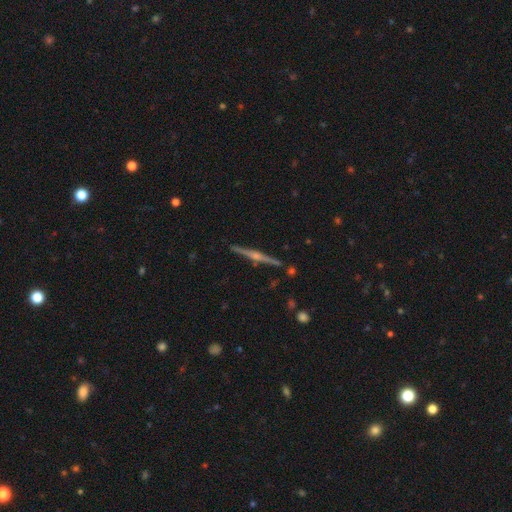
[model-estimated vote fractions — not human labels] featured or disk 85%, smooth 9%, star or artifact 6%. Down the decision tree: edge-on disk — yes (99%); edge-on bulge — rounded (86%); merging — none (92%).